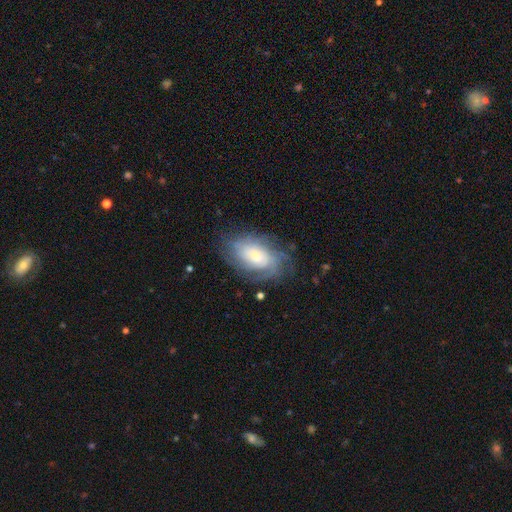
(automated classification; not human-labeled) Smooth or featured?
  - featured or disk: 68% *
  - smooth: 24%
  - star or artifact: 8%
Edge-on disk?
  - no: 95% *
  - yes: 5%
Bar?
  - no: 65% *
  - weak: 29%
  - strong: 6%
Spiral arms?
  - yes: 88% *
  - no: 12%
Spiral winding?
  - tight: 63% *
  - medium: 28%
  - loose: 10%
Spiral arm count?
  - can't tell: 57% *
  - 2: 12%
  - 4: 10%
  - 3: 10%
  - more than 4: 6%
  - 1: 5%
Bulge size?
  - small: 45% *
  - moderate: 37%
  - large: 13%
  - none: 4%
  - dominant: 2%
Merging?
  - none: 72% *
  - minor disturbance: 18%
  - major disturbance: 9%
  - merger: 1%